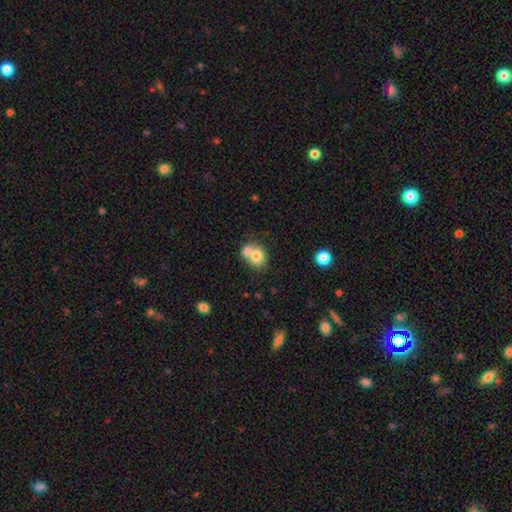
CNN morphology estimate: Smooth or featured?
  - smooth: 75% *
  - featured or disk: 16%
  - star or artifact: 9%
How rounded?
  - round: 64% *
  - in between: 35%
  - cigar-shaped: 1%
Merging?
  - merger: 54% *
  - none: 33%
  - minor disturbance: 9%
  - major disturbance: 4%